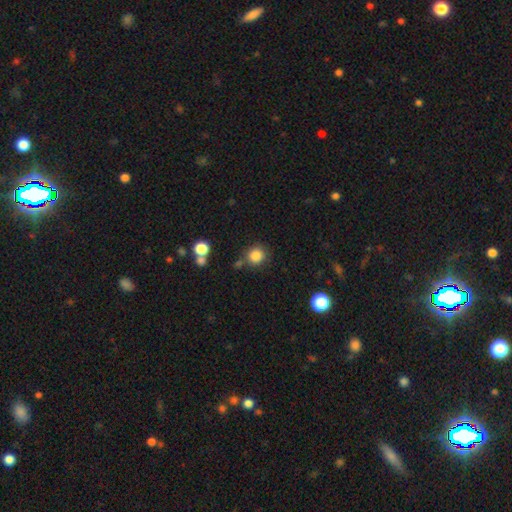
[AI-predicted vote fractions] Smooth or featured? smooth (84%)
How rounded? round (90%)
Merging? none (76%)